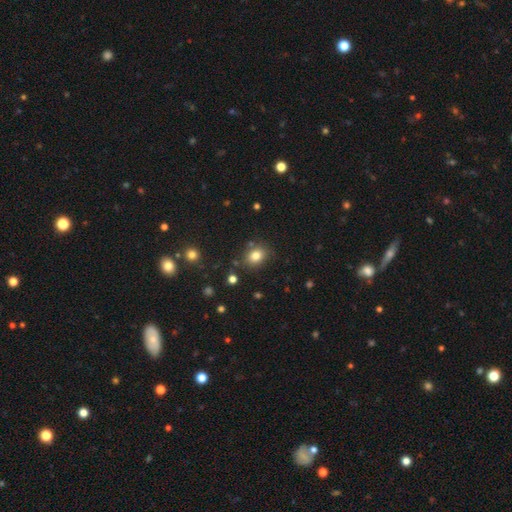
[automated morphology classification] A smooth galaxy with no disk features (81%) that is in between round and cigar-shaped (51%).

Vote fractions:
- Smooth or featured? smooth: 81% / star or artifact: 11% / featured or disk: 7%
- How rounded? in between: 51% / round: 48% / cigar-shaped: 1%
- Merging? none: 80% / minor disturbance: 12% / merger: 5% / major disturbance: 3%